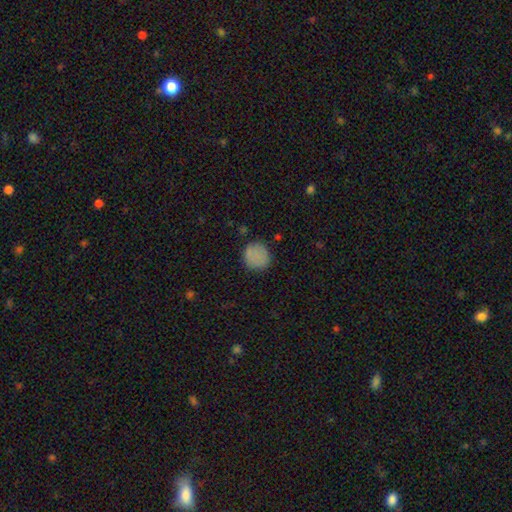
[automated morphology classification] Q: Smooth or featured?
A: smooth (82%); runner-up: star or artifact (12%)
Q: How rounded?
A: round (90%); runner-up: in between (9%)
Q: Merging?
A: none (81%); runner-up: minor disturbance (13%)